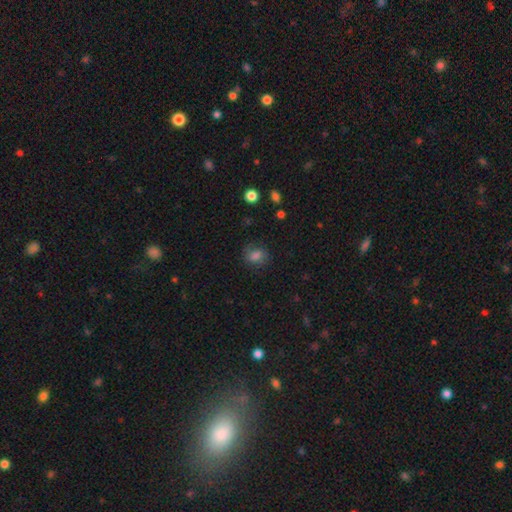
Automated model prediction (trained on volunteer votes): The model was most divided on "how rounded": in between: 59%, round: 39%, cigar-shaped: 2%. More confident: smooth or featured — smooth (78%); merging — none (73%).